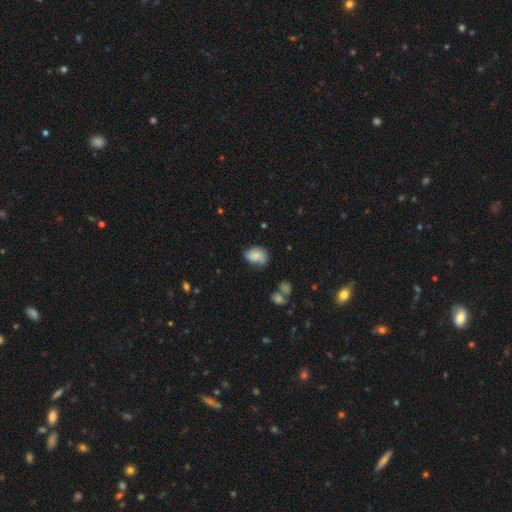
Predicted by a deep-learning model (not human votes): A smooth galaxy with no disk features (68%) that is in between round and cigar-shaped (71%).

Vote fractions:
- Smooth or featured? smooth: 68% / featured or disk: 22% / star or artifact: 9%
- How rounded? in between: 71% / round: 28% / cigar-shaped: 1%
- Merging? none: 52% / minor disturbance: 32% / major disturbance: 11% / merger: 5%